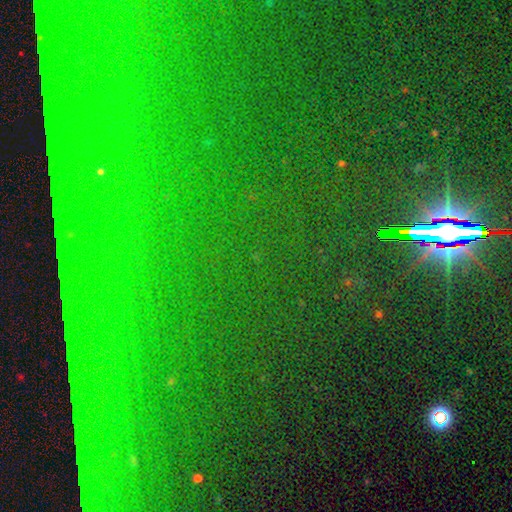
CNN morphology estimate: smooth_or_featured: star or artifact (p=0.85) [alt: smooth p=0.08]